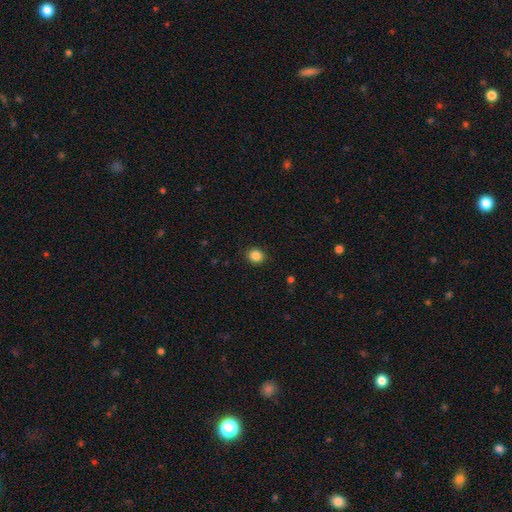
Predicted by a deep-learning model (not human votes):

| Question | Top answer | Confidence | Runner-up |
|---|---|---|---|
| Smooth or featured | smooth | 86% | star or artifact (11%) |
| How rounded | round | 82% | in between (17%) |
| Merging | none | 91% | minor disturbance (6%) |